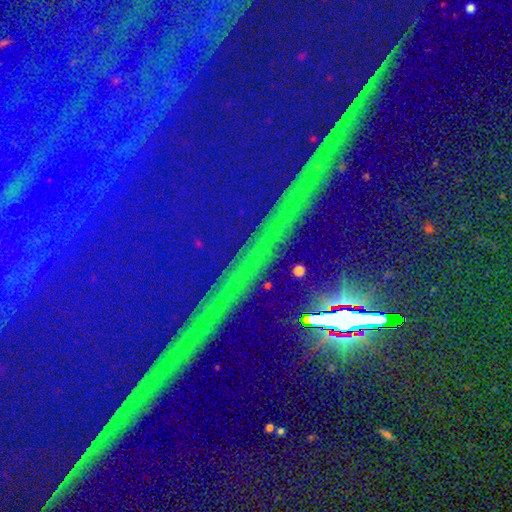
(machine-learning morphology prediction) This appears to be a star or artifact, not a galaxy (90%).